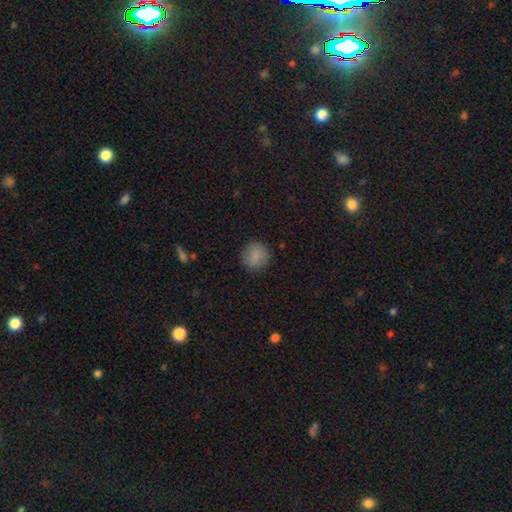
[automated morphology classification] Overall: smooth (86%). How rounded: round (92%). Merging: none (86%).